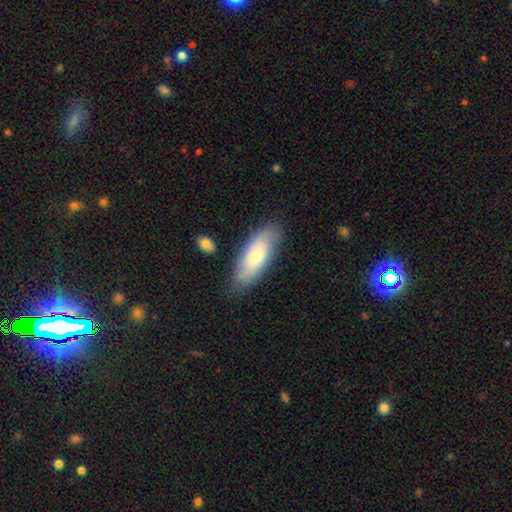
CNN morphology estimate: This is possibly a smooth galaxy (58%). How rounded: likely in between (75%). Merging: likely none (78%).